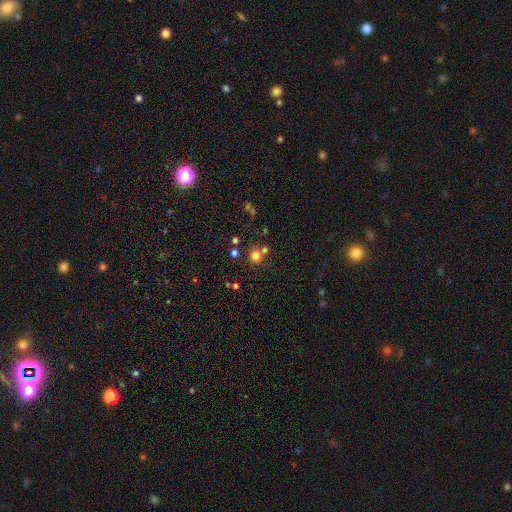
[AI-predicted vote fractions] Smooth or featured: smooth — 74% (star or artifact — 18%)
How rounded: round — 90% (in between — 10%)
Merging: none — 66% (merger — 23%)